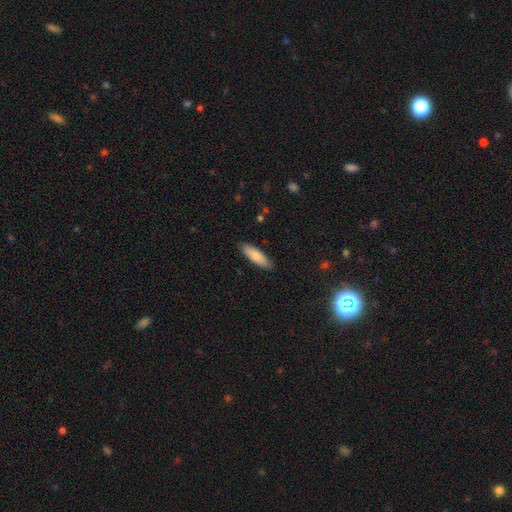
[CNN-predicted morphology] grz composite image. It shows a smooth galaxy with no disk features (80%) that is cigar-shaped (49%, tied with in between). Merging: none (88%).